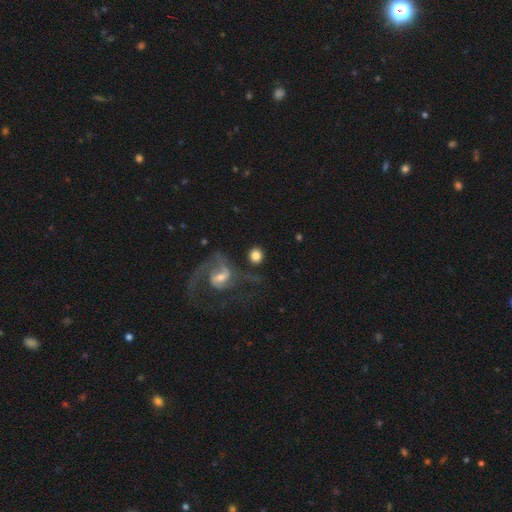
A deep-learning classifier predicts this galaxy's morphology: This is likely a smooth galaxy (76%). How rounded: clearly round (85%). Merging: likely none (71%).